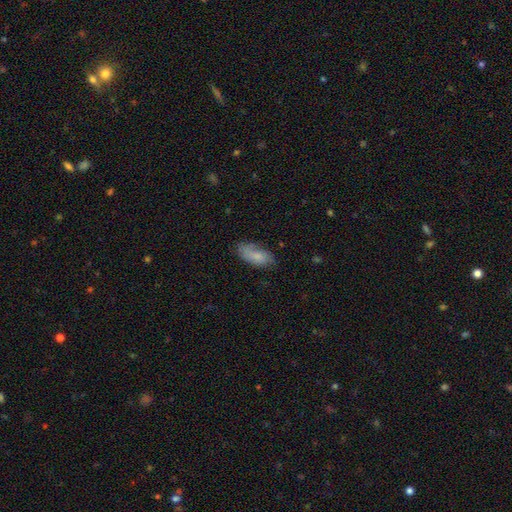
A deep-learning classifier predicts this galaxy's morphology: This is likely a smooth galaxy (71%). How rounded: clearly in between (87%). Merging: likely none (62%).